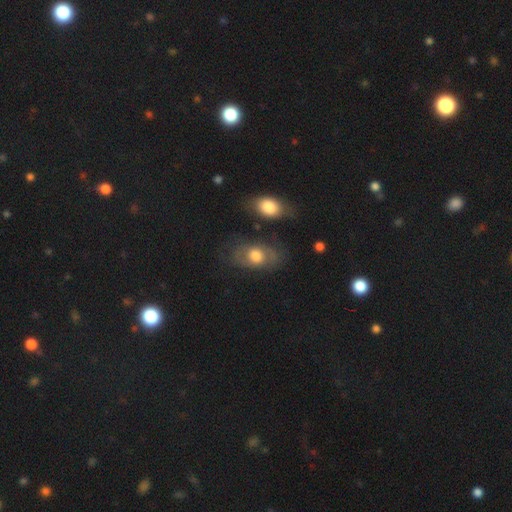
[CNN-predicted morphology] A smooth galaxy with no disk features (53%) that is in between round and cigar-shaped (80%). Merging: none (68%).